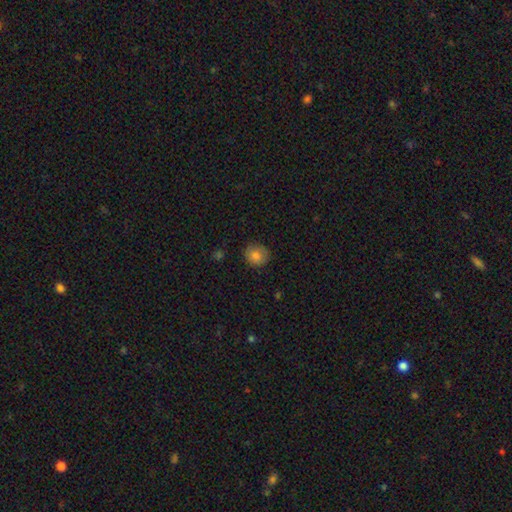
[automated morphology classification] smooth-or-featured: smooth: 81% | featured or disk: 10% | star or artifact: 9%
  how-rounded: round: 83% | in between: 16% | cigar-shaped: 1%
  merging: none: 84% | minor disturbance: 13% | major disturbance: 3% | merger: 1%